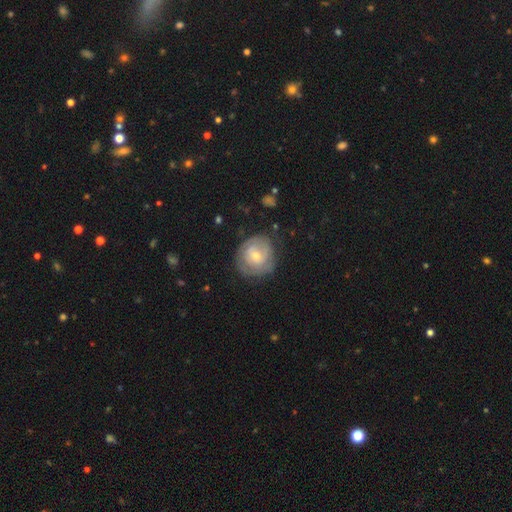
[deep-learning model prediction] This is possibly a featured or disk galaxy (59%). It is clearly not viewed edge-on (97%). Bar: likely no (68%). Spiral arm pattern: likely yes (71%). Central bulge: possibly small (52%). Merging: likely none (70%).